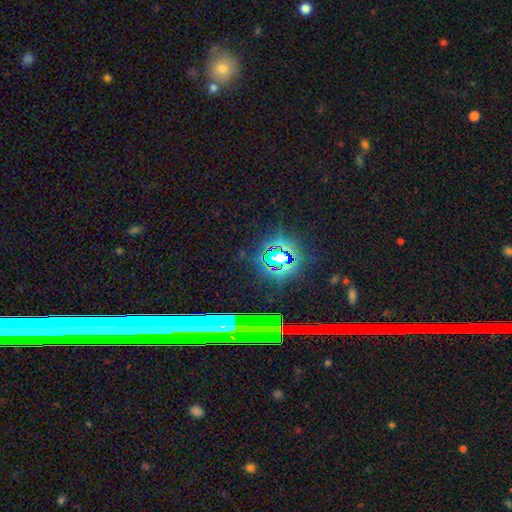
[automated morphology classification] Smooth or featured?
  - star or artifact: 72% *
  - smooth: 15%
  - featured or disk: 13%